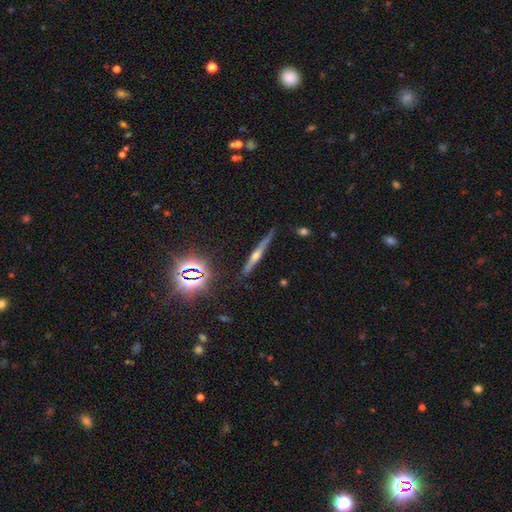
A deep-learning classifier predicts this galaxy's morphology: A featured or disk galaxy (63%) viewed edge-on (96%) with a rounded central bulge (87%). Merging: none (85%).